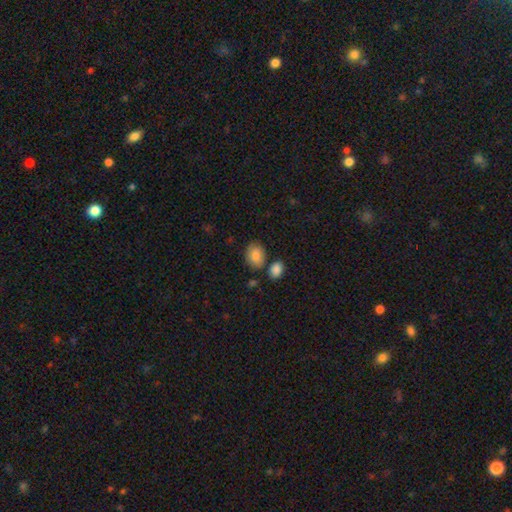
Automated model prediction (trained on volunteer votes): The model was most divided on "how rounded": in between: 69%, round: 30%, cigar-shaped: 1%. More confident: smooth or featured — smooth (85%); merging — none (71%).